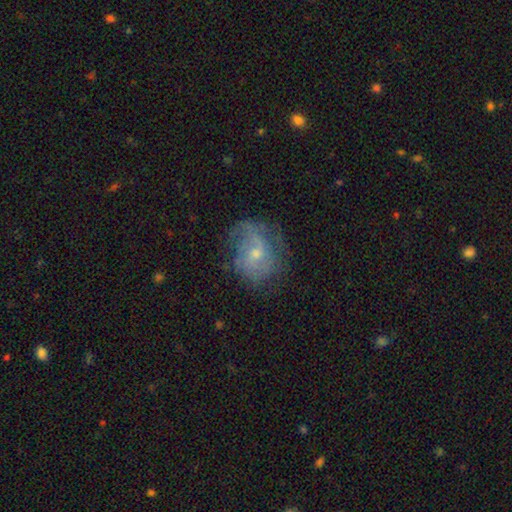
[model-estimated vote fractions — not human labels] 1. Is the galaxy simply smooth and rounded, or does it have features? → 64% featured or disk, 27% smooth, 9% star or artifact.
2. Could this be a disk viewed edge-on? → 97% no, 3% yes.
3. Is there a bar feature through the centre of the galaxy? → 67% no, 29% weak, 5% strong.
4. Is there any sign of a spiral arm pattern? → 78% yes, 22% no.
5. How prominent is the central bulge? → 59% small, 36% moderate, 3% none, 2% large, 1% dominant.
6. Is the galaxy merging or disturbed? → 53% none, 26% minor disturbance, 19% major disturbance, 2% merger.